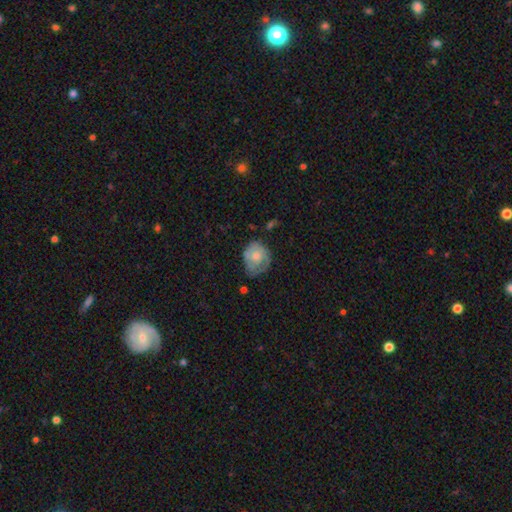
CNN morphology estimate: A smooth galaxy with no disk features (48%). Merging: none (52%).